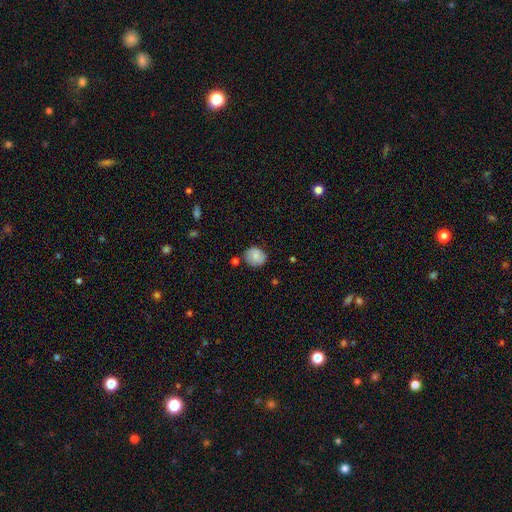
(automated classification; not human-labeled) Smooth or featured?
  - smooth: 76% *
  - featured or disk: 16%
  - star or artifact: 8%
How rounded?
  - round: 79% *
  - in between: 20%
  - cigar-shaped: 1%
Merging?
  - none: 75% *
  - minor disturbance: 17%
  - merger: 5%
  - major disturbance: 3%